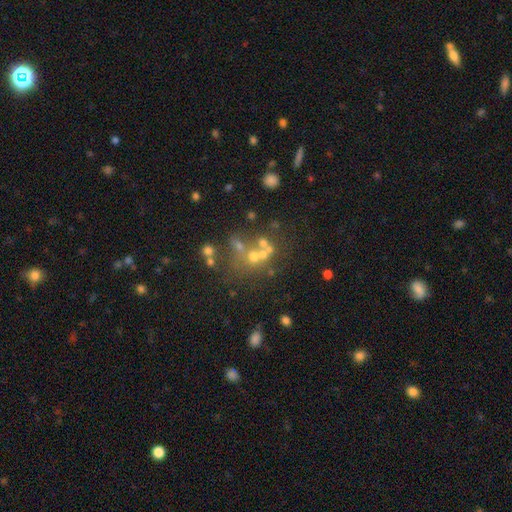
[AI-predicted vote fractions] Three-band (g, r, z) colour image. It shows a smooth galaxy with no disk features (38%). Merging: none (45%).